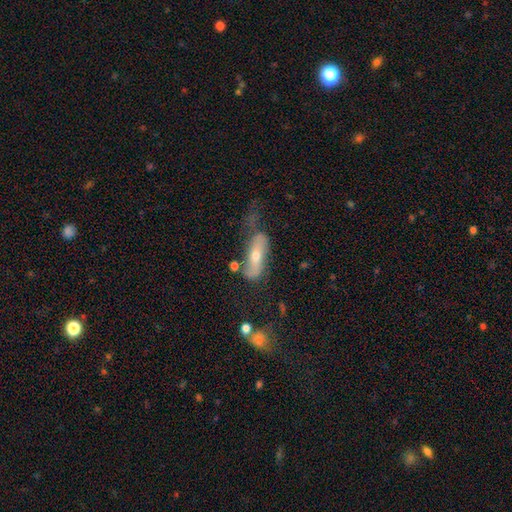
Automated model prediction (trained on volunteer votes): smooth_or_featured: featured or disk (p=0.53) [alt: smooth p=0.40]
disk_edge_on: no (p=0.69) [alt: yes p=0.31]
merging: none (p=0.44) [alt: minor disturbance p=0.28]